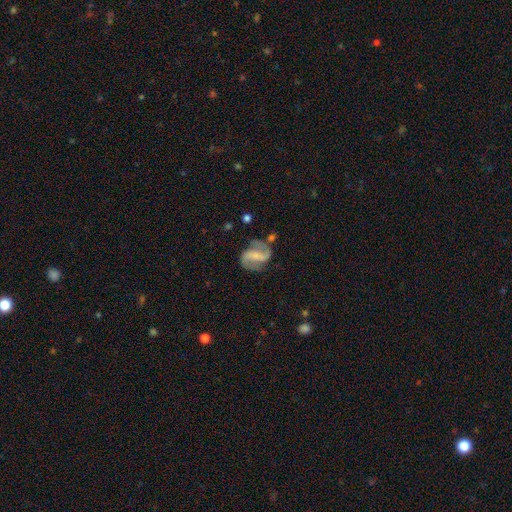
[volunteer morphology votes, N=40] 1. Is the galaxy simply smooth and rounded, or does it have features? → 90% featured or disk, 10% smooth, 0% star or artifact.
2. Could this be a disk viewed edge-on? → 100% no, 0% yes.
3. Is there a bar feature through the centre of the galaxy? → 69% strong, 17% weak, 14% no.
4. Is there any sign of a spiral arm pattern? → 100% yes, 0% no.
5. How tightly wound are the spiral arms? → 50% medium, 25% tight, 25% loose.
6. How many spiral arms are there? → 97% 2, 3% 1, 0% 3, 0% 4, 0% more than 4, 0% can't tell.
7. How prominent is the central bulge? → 58% small, 28% none, 14% moderate, 0% dominant, 0% large.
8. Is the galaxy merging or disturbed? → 72% none, 15% minor disturbance, 8% major disturbance, 5% merger.